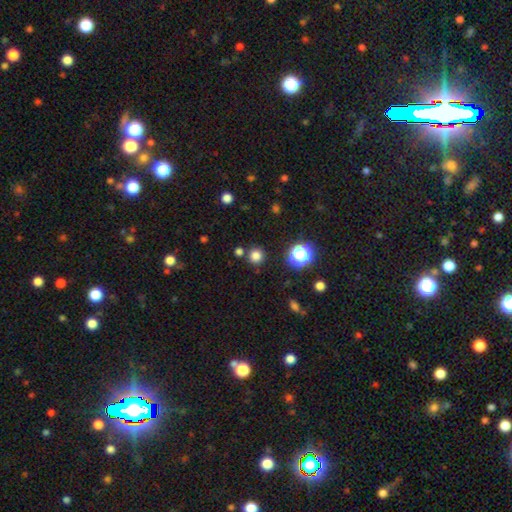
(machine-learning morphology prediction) smooth_or_featured: smooth (p=0.79) [alt: star or artifact p=0.17]
how_rounded: round (p=0.94) [alt: in between p=0.05]
merging: none (p=0.85) [alt: minor disturbance p=0.07]